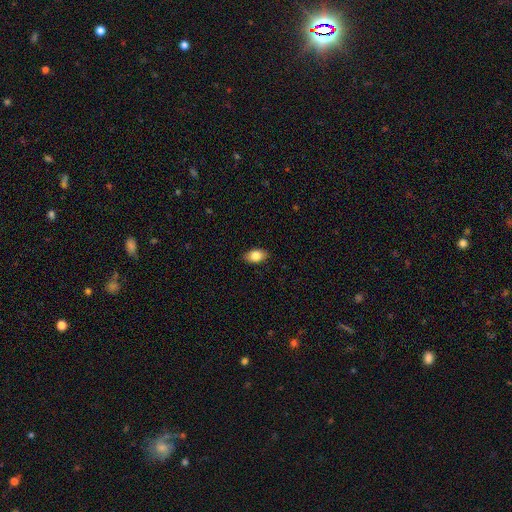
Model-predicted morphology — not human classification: Q: Smooth or featured?
A: smooth (84%); runner-up: featured or disk (9%)
Q: How rounded?
A: in between (88%); runner-up: round (10%)
Q: Merging?
A: none (87%); runner-up: minor disturbance (10%)